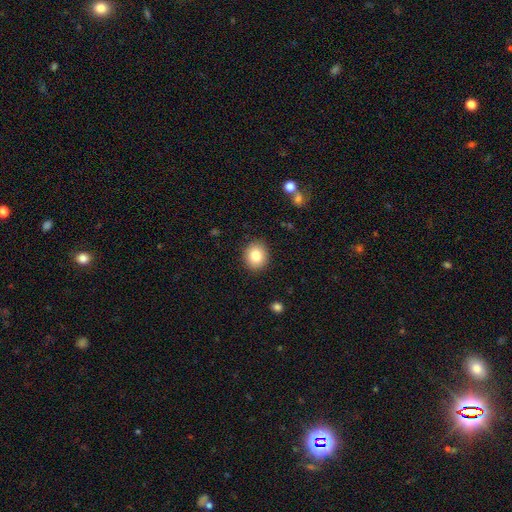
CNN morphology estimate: Q: Smooth or featured?
A: smooth (83%); runner-up: star or artifact (9%)
Q: How rounded?
A: round (74%); runner-up: in between (25%)
Q: Merging?
A: none (90%); runner-up: minor disturbance (7%)